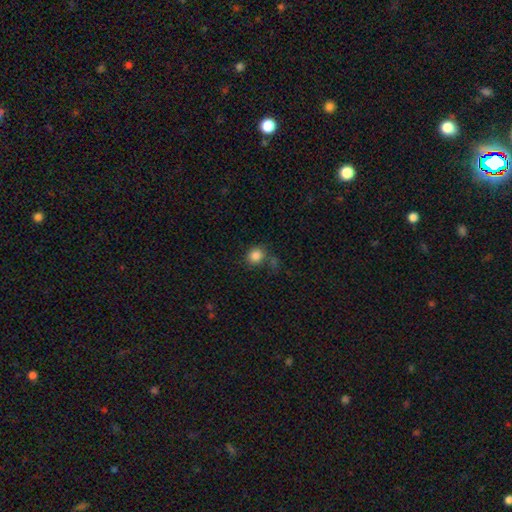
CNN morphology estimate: This appears to be a smooth galaxy with no disk features (85%) that is round (80%). Merging: none (68%).